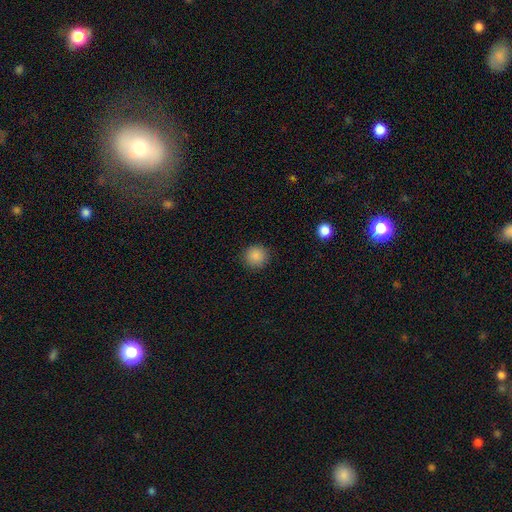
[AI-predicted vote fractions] Morphology: type=smooth (87%); roundness=round (93%); merging=none (90%).